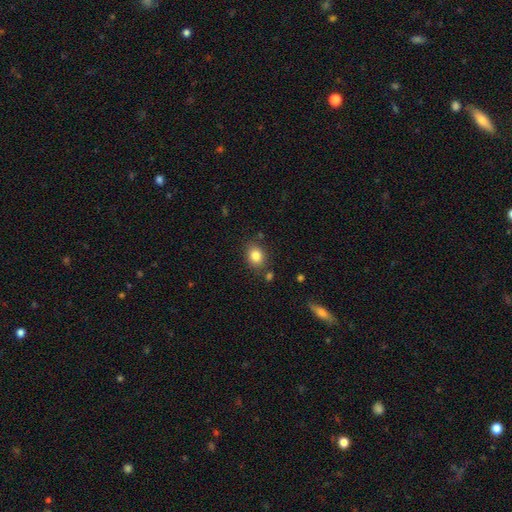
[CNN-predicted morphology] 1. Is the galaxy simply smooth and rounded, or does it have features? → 83% smooth, 10% star or artifact, 7% featured or disk.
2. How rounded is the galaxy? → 54% in between, 45% round, 1% cigar-shaped.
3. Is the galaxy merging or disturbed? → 80% none, 12% minor disturbance, 5% merger, 3% major disturbance.